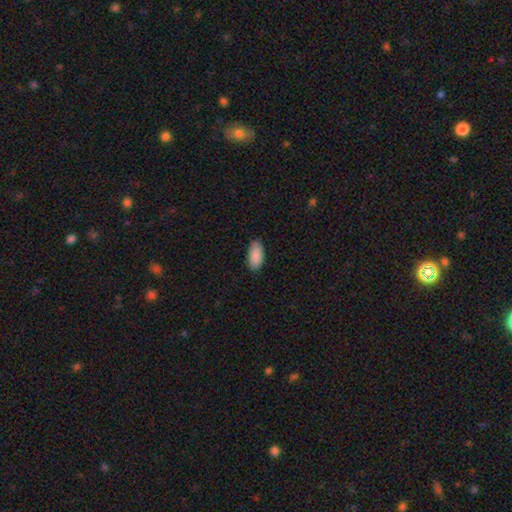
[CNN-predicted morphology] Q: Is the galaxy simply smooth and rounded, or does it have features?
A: smooth — 90%.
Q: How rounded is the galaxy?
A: in between — 94%.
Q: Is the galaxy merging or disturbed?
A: none — 86%.